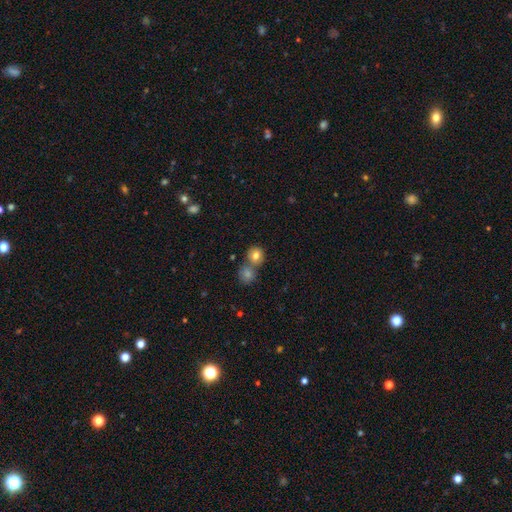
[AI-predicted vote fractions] A smooth galaxy with no disk features (80%) that is round (82%).

Vote fractions:
- Smooth or featured? smooth: 80% / star or artifact: 11% / featured or disk: 10%
- How rounded? round: 82% / in between: 17% / cigar-shaped: 1%
- Merging? none: 52% / merger: 38% / minor disturbance: 8% / major disturbance: 3%